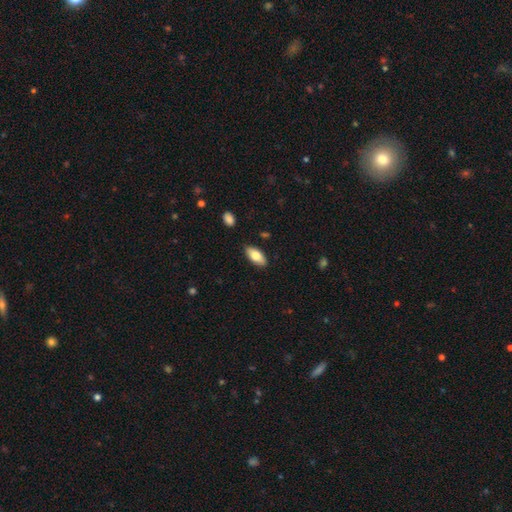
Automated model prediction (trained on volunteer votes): smooth-or-featured: smooth: 78% | featured or disk: 16% | star or artifact: 6%
  how-rounded: in between: 89% | cigar-shaped: 9% | round: 2%
  merging: none: 86% | minor disturbance: 10% | major disturbance: 2% | merger: 1%